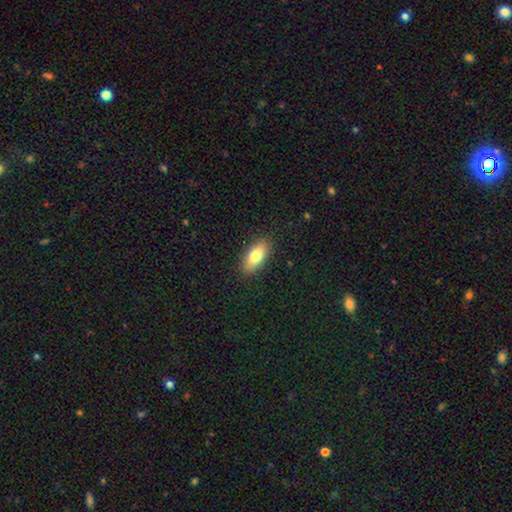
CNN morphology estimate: Smooth or featured?
  - smooth: 79% *
  - featured or disk: 14%
  - star or artifact: 7%
How rounded?
  - in between: 87% *
  - cigar-shaped: 10%
  - round: 3%
Merging?
  - none: 88% *
  - minor disturbance: 9%
  - major disturbance: 2%
  - merger: 1%